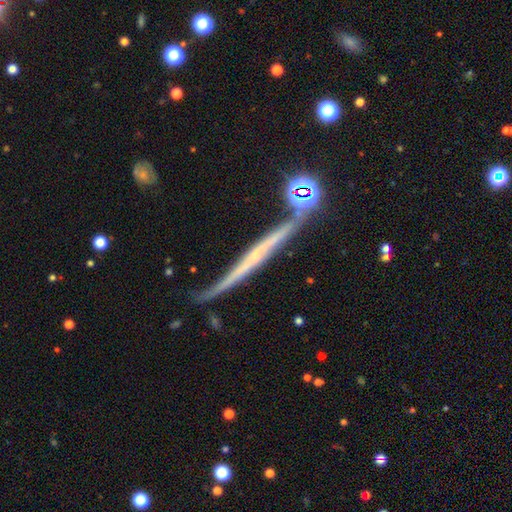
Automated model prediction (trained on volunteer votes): Smooth or featured: featured or disk — 74% (smooth — 16%)
Edge-on disk: yes — 94% (no — 6%)
Edge-on bulge: none — 57% (rounded — 35%)
Merging: none — 71% (minor disturbance — 18%)